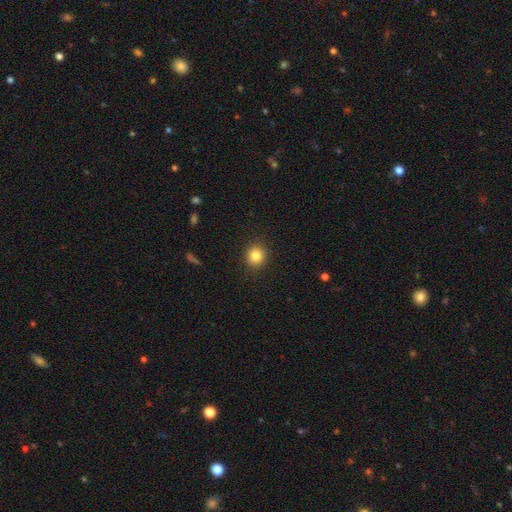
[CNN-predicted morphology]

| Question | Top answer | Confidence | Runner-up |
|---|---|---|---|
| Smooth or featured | smooth | 83% | star or artifact (11%) |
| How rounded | round | 88% | in between (11%) |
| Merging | none | 91% | minor disturbance (6%) |